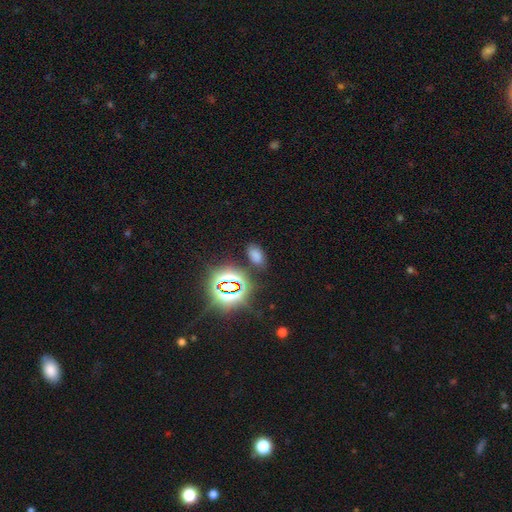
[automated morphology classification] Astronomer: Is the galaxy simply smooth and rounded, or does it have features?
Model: smooth — 61%.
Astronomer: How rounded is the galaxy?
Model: in between — 90%.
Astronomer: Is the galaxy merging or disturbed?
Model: none — 79%.